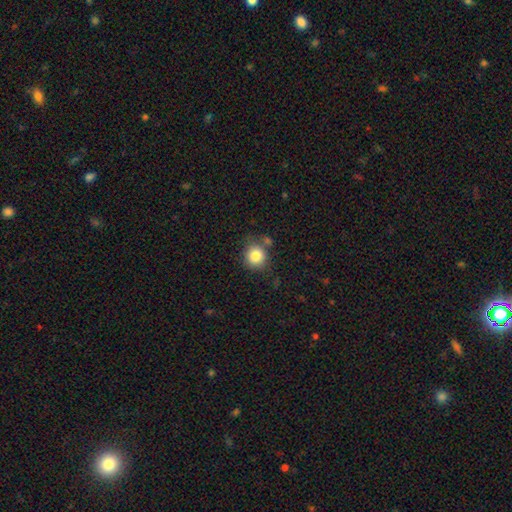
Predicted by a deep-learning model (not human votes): Smooth or featured: smooth — 83% (star or artifact — 10%)
How rounded: round — 88% (in between — 11%)
Merging: none — 71% (minor disturbance — 15%)